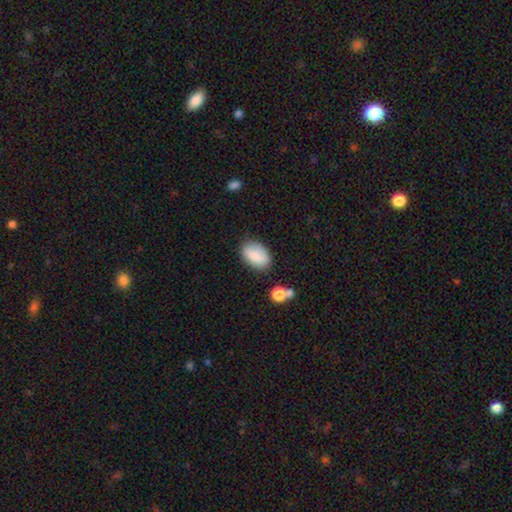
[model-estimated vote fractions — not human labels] Smooth or featured: smooth — 81% (featured or disk — 11%)
How rounded: in between — 90% (round — 8%)
Merging: none — 75% (minor disturbance — 17%)